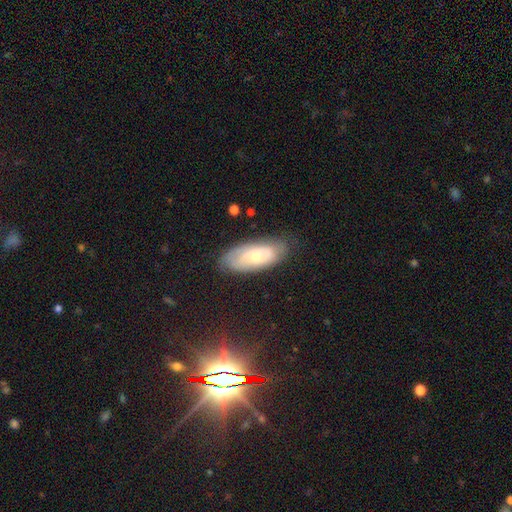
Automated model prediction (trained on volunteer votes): Overall: featured or disk (49%; smooth 43%). Merging: none (74%).